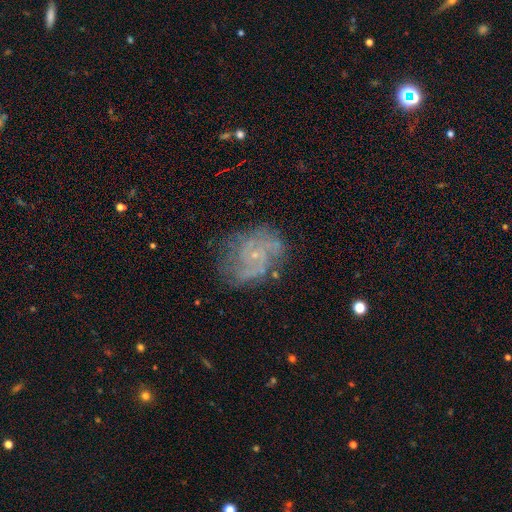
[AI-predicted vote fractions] The model was most divided on "spiral arm count": 2: 33%, can't tell: 28%, 3: 18%, 4: 9%, 1: 6%, more than 4: 6%. Remaining: edge-on disk — no (98%); spiral arms — yes (92%); bulge size — small (80%); smooth or featured — featured or disk (78%); bar — no (71%); merging — none (70%); spiral winding — medium (44%).